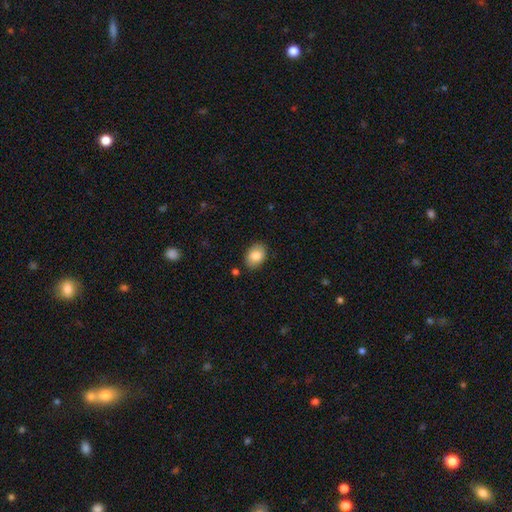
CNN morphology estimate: Smooth or featured? Predicted: smooth (p=0.83). How rounded? Predicted: in between (p=0.79). Merging? Predicted: none (p=0.85).